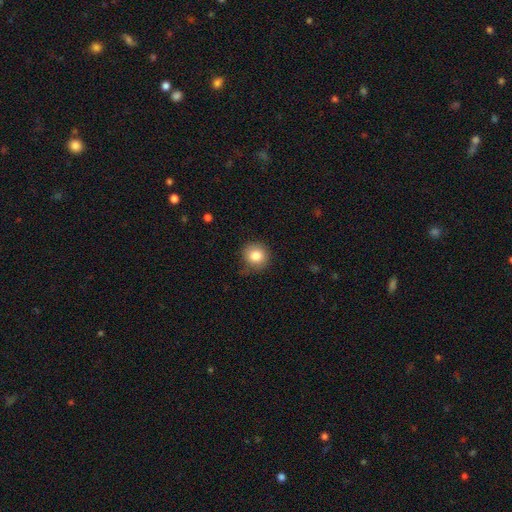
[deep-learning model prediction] A smooth galaxy with no disk features (83%) that is round (89%). Merging: none (77%).